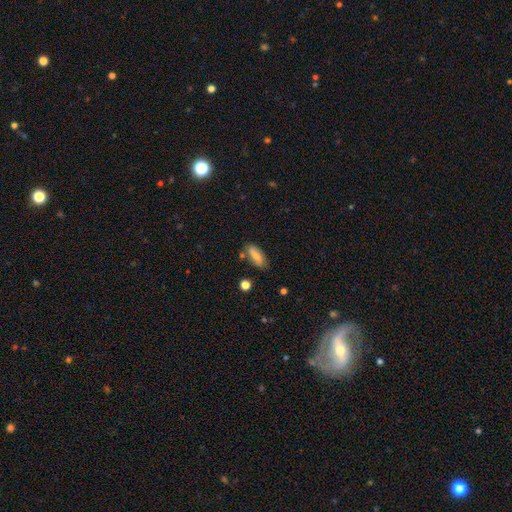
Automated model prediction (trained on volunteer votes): Overall: smooth (79%). How rounded: in between (71%). Merging: none (74%).